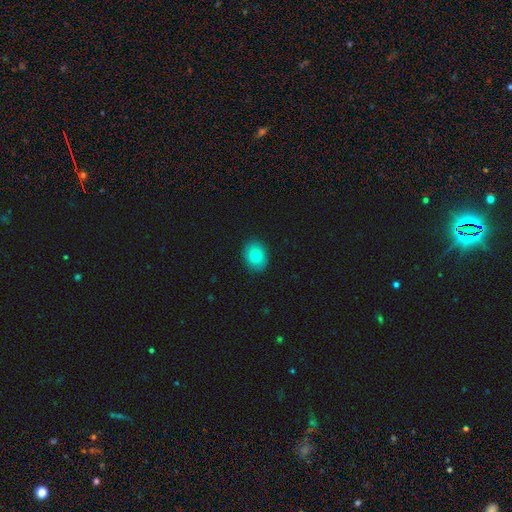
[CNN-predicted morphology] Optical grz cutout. It shows a smooth galaxy with no disk features (83%) that is in between round and cigar-shaped (57%). Merging: none (89%).